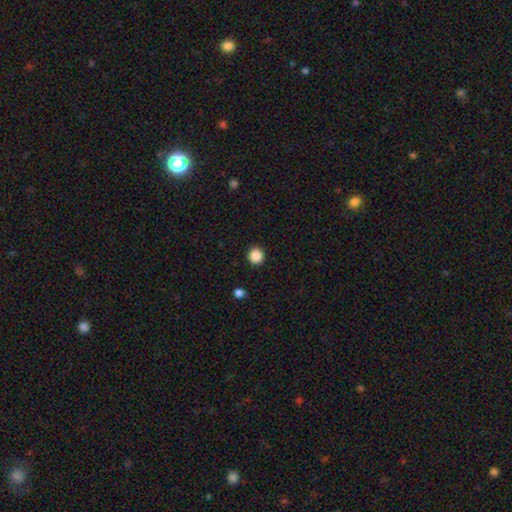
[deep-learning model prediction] A smooth galaxy with no disk features (87%) that is round (95%).

Vote fractions:
- Smooth or featured? smooth: 87% / star or artifact: 10% / featured or disk: 3%
- How rounded? round: 95% / in between: 4% / cigar-shaped: 1%
- Merging? none: 93% / minor disturbance: 4% / major disturbance: 2% / merger: 1%